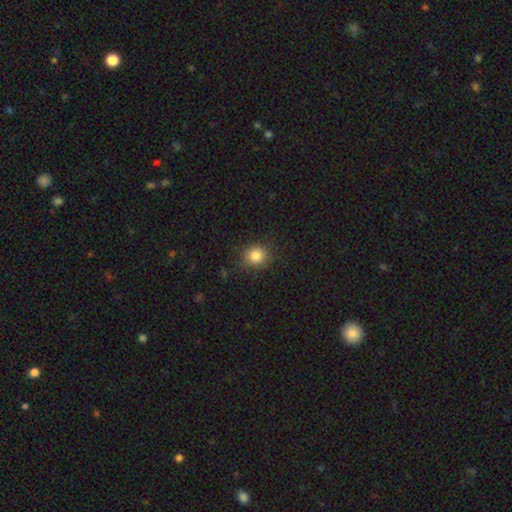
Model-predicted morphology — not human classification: A smooth galaxy with no disk features (84%) that is round (85%). Merging: none (86%).